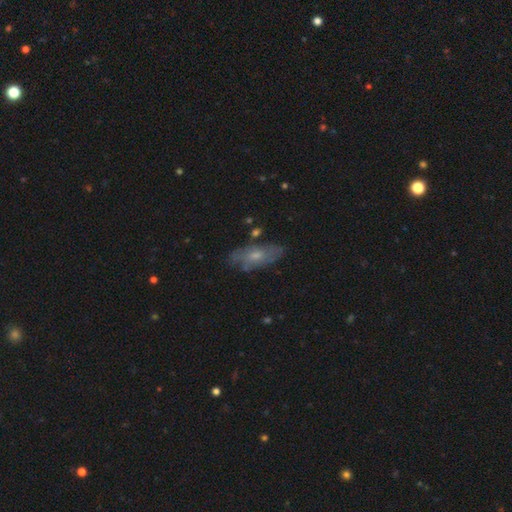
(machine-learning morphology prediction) A featured or disk galaxy (50%).

Vote fractions:
- Smooth or featured? featured or disk: 50% / smooth: 42% / star or artifact: 8%
- Merging? none: 70% / minor disturbance: 20% / major disturbance: 6% / merger: 3%